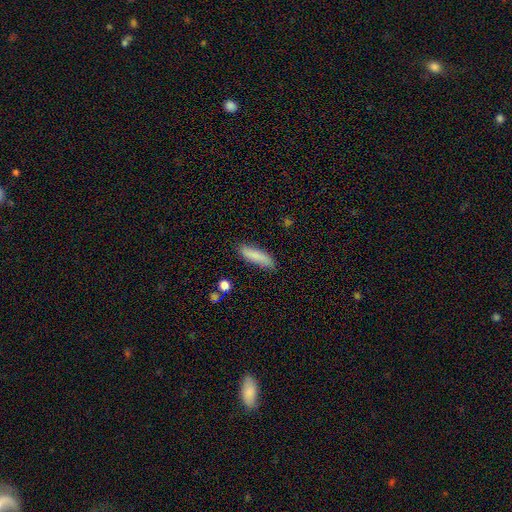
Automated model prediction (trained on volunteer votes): Smooth or featured: smooth — 81% (featured or disk — 11%)
How rounded: cigar-shaped — 63% (in between — 35%)
Merging: none — 78% (minor disturbance — 16%)